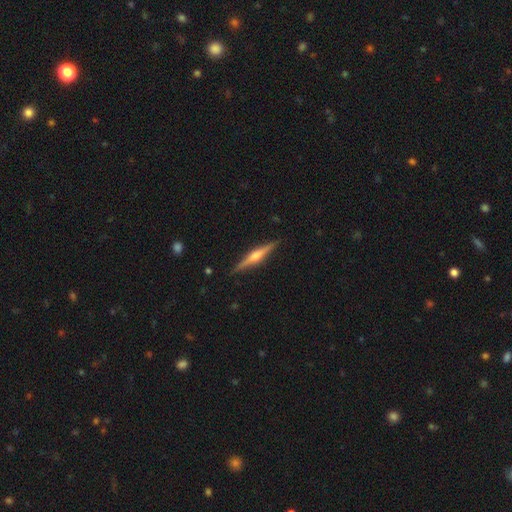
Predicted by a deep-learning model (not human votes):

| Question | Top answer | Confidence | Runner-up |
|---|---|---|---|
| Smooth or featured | featured or disk | 73% | smooth (22%) |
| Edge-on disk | yes | 98% | no (2%) |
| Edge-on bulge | rounded | 89% | boxy (6%) |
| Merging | none | 90% | minor disturbance (7%) |